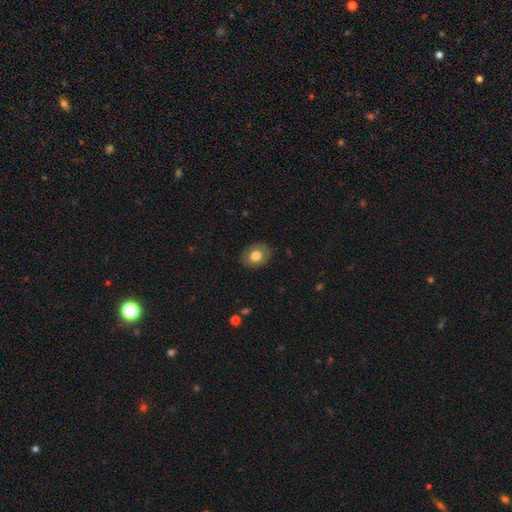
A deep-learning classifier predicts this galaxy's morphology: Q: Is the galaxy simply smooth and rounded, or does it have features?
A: smooth — 73%.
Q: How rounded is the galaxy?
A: round — 50%.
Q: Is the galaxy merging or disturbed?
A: none — 86%.